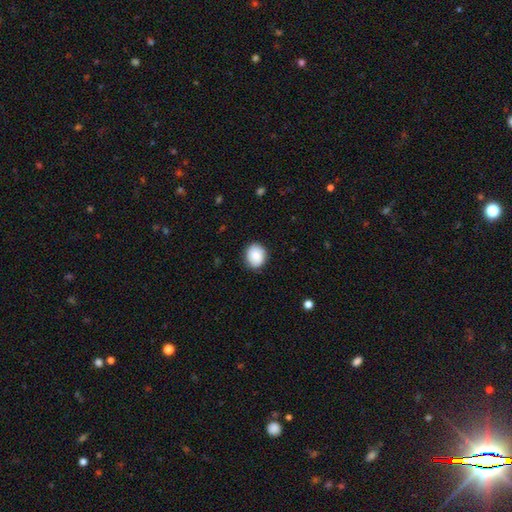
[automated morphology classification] Smooth or featured: smooth — 85% (star or artifact — 7%)
How rounded: round — 64% (in between — 35%)
Merging: none — 85% (minor disturbance — 12%)